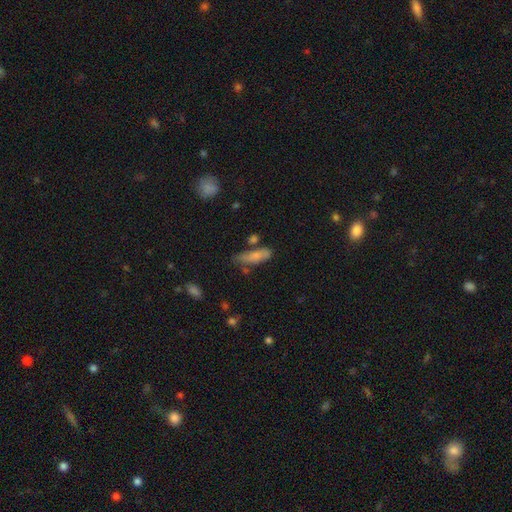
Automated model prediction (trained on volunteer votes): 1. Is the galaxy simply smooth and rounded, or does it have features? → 77% smooth, 16% featured or disk, 7% star or artifact.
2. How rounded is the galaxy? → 53% in between, 45% cigar-shaped, 3% round.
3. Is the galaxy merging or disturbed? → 50% none, 28% minor disturbance, 13% merger, 9% major disturbance.